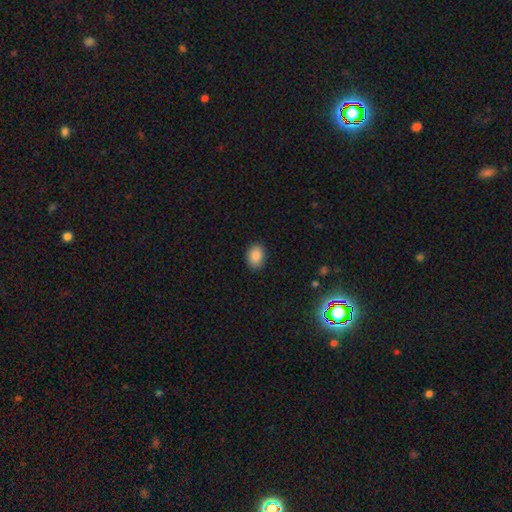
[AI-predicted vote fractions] Morphology: type=smooth (88%); roundness=in between (77%); merging=none (87%).